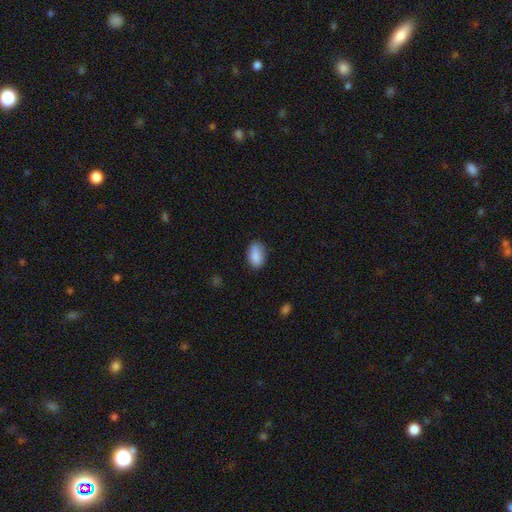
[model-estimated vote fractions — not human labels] Smooth or featured? Predicted: smooth (p=0.89). How rounded? Predicted: in between (p=0.91). Merging? Predicted: none (p=0.80).